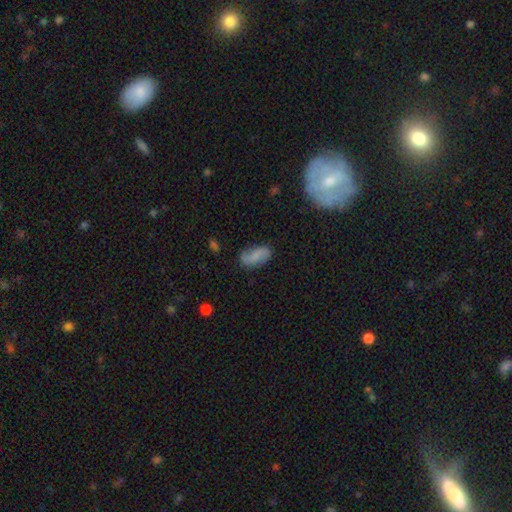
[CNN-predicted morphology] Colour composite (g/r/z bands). It shows a smooth galaxy with no disk features (49%). Merging: none (72%).